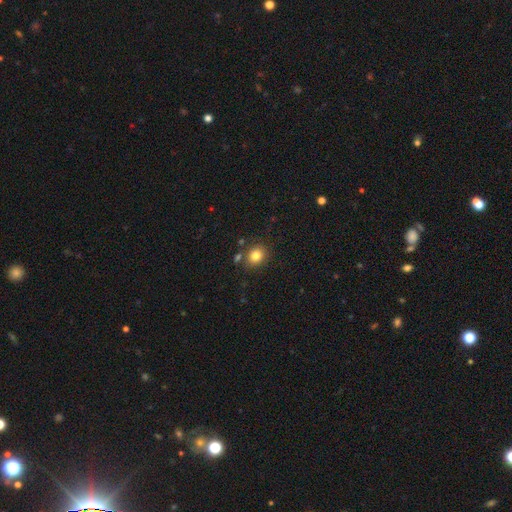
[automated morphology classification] This is clearly a smooth galaxy (82%). How rounded: likely round (67%). Merging: likely none (79%).